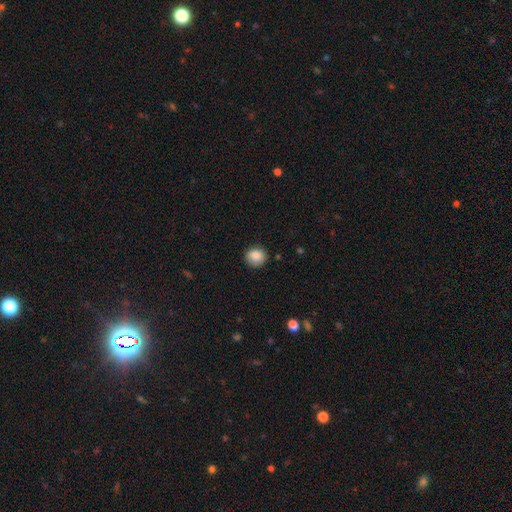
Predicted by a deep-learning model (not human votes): Smooth or featured? smooth (86%)
How rounded? round (87%)
Merging? none (87%)